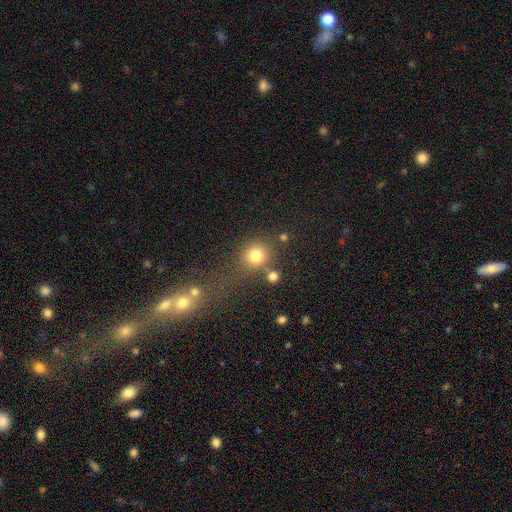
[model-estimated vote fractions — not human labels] Smooth or featured?
  - smooth: 77% *
  - star or artifact: 15%
  - featured or disk: 7%
How rounded?
  - round: 85% *
  - in between: 14%
  - cigar-shaped: 1%
Merging?
  - none: 63% *
  - merger: 18%
  - minor disturbance: 12%
  - major disturbance: 8%